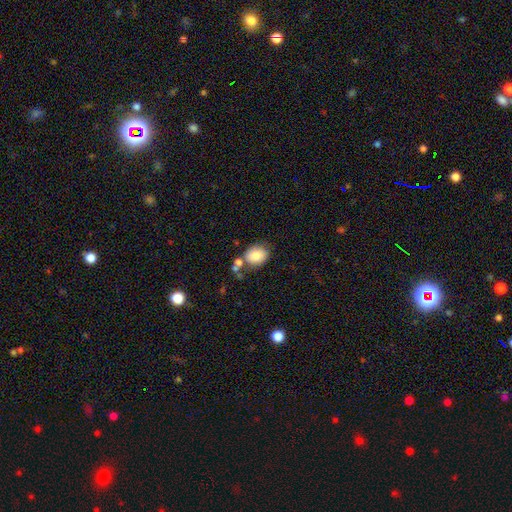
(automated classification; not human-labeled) Smooth or featured? smooth (82%)
How rounded? in between (53%)
Merging? none (59%)